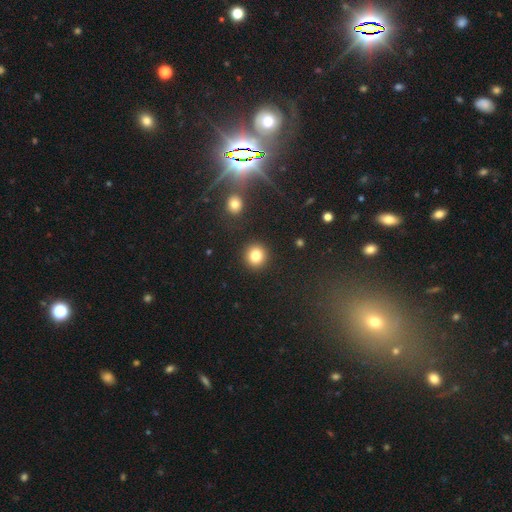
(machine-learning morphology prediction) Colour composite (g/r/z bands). It shows a smooth galaxy with no disk features (82%) that is round (91%). Merging: none (91%).